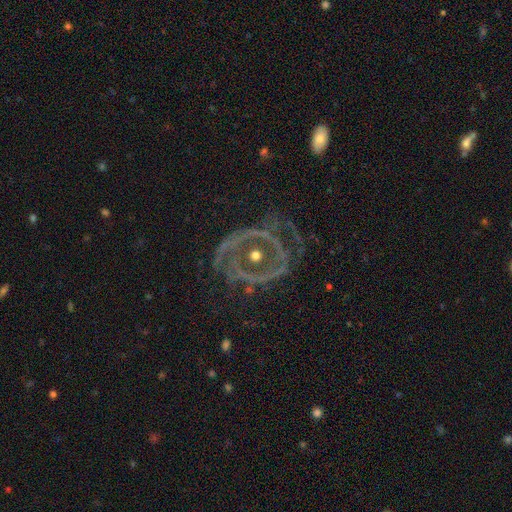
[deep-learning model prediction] featured or disk 76%, smooth 13%, star or artifact 12%. Down the decision tree: edge-on disk — no (96%); bar — no (79%); spiral arms — no (53%); bulge size — moderate (69%); merging — none (61%).